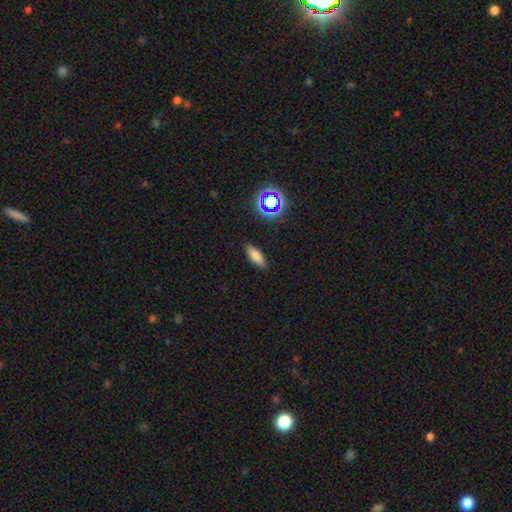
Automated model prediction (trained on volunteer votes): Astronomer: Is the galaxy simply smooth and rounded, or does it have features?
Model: smooth — 75%.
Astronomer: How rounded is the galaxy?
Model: in between — 64%.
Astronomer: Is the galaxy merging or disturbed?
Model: none — 86%.